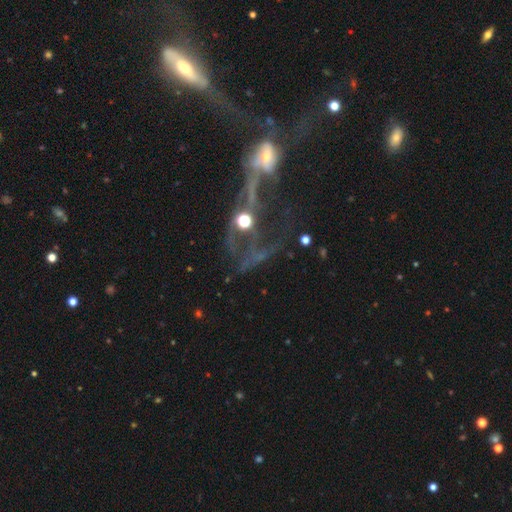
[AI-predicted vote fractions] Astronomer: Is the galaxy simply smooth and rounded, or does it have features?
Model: featured or disk — 56%.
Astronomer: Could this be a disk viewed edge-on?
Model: no — 87%.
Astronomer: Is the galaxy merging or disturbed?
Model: merger — 49% (runner-up: major disturbance, 26%).